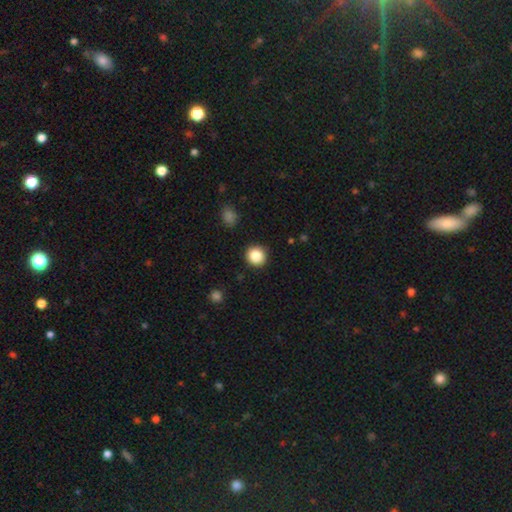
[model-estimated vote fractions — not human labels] A smooth galaxy with no disk features (86%) that is round (92%).

Vote fractions:
- Smooth or featured? smooth: 86% / star or artifact: 10% / featured or disk: 4%
- How rounded? round: 92% / in between: 7% / cigar-shaped: 1%
- Merging? none: 91% / minor disturbance: 6% / major disturbance: 2% / merger: 1%